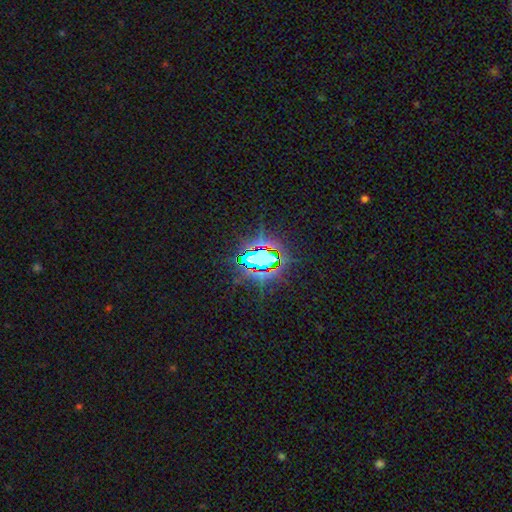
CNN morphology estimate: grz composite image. It shows a star or artifact, not a galaxy (74%).